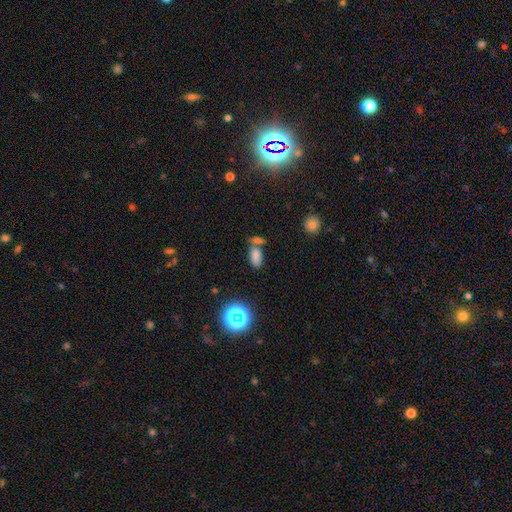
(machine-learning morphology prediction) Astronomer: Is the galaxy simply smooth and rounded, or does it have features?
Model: smooth — 75%.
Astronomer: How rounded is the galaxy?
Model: in between — 90%.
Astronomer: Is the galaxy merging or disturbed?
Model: none — 49% (runner-up: merger, 34%).